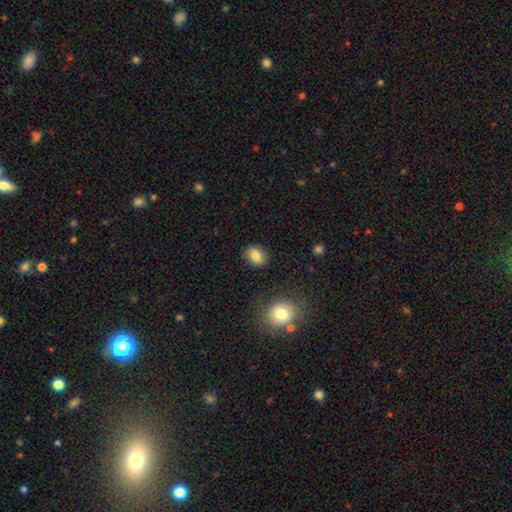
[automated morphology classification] Smooth or featured?
  - smooth: 82% *
  - star or artifact: 9%
  - featured or disk: 9%
How rounded?
  - in between: 52% *
  - round: 47%
  - cigar-shaped: 1%
Merging?
  - none: 85% *
  - minor disturbance: 10%
  - major disturbance: 3%
  - merger: 2%